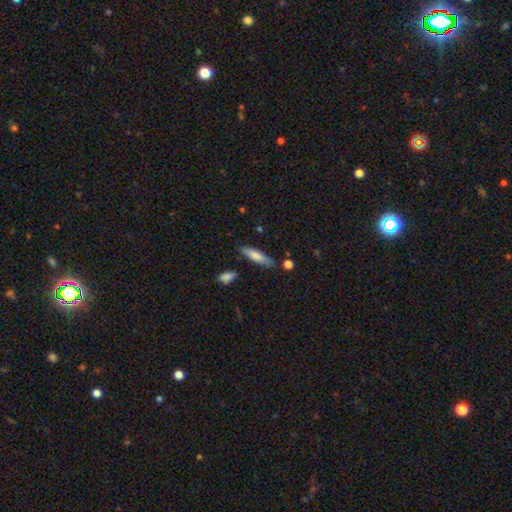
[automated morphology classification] A smooth galaxy with no disk features (76%) that is cigar-shaped (62%).

Vote fractions:
- Smooth or featured? smooth: 76% / featured or disk: 18% / star or artifact: 6%
- How rounded? cigar-shaped: 62% / in between: 37% / round: 2%
- Merging? none: 77% / minor disturbance: 16% / merger: 4% / major disturbance: 3%